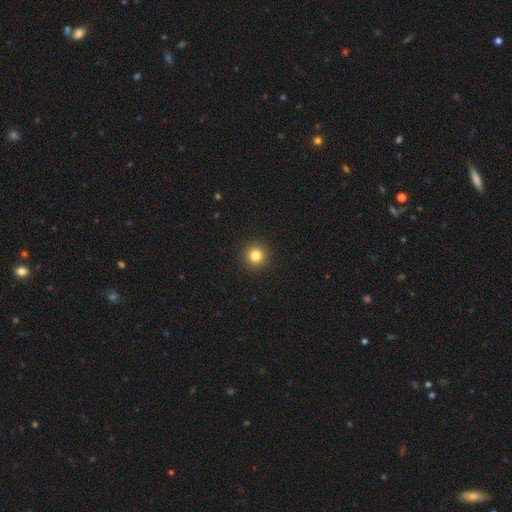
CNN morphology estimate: smooth-or-featured: smooth: 82% | star or artifact: 12% | featured or disk: 6%
  how-rounded: round: 95% | in between: 4% | cigar-shaped: 1%
  merging: none: 93% | minor disturbance: 4% | major disturbance: 2% | merger: 1%